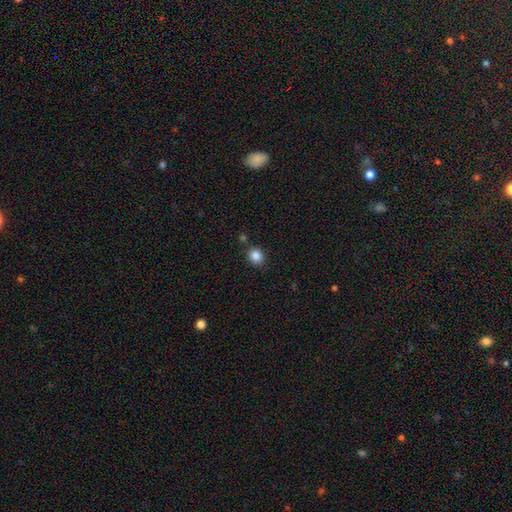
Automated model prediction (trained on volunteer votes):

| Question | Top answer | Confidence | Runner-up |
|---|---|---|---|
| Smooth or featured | smooth | 86% | star or artifact (11%) |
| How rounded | round | 75% | in between (24%) |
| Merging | none | 83% | minor disturbance (10%) |